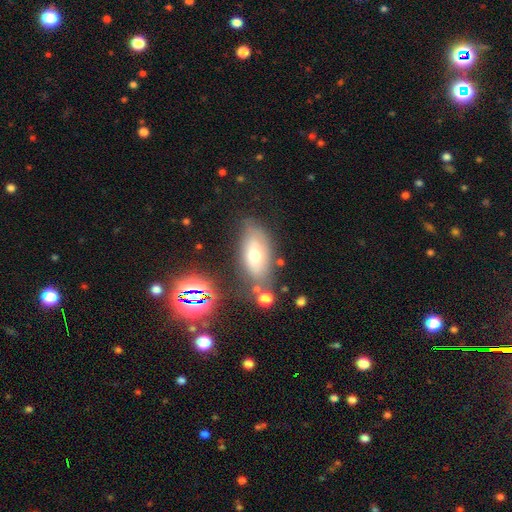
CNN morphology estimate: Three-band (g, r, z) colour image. It shows a smooth galaxy with no disk features (59%) that is in between round and cigar-shaped (86%). Merging: none (66%).